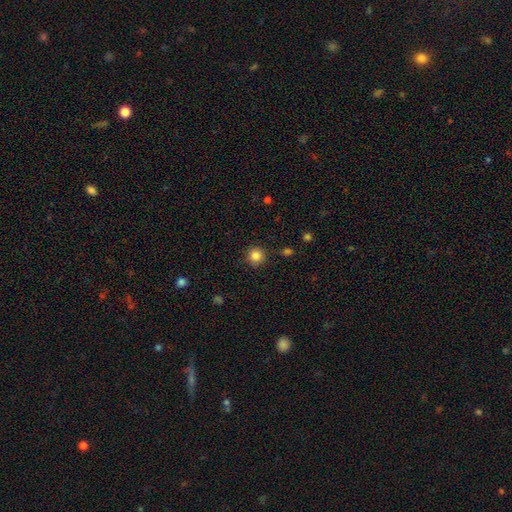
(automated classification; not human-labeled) A smooth galaxy with no disk features (84%) that is round (93%).

Vote fractions:
- Smooth or featured? smooth: 84% / star or artifact: 11% / featured or disk: 5%
- How rounded? round: 93% / in between: 6% / cigar-shaped: 1%
- Merging? none: 88% / minor disturbance: 8% / major disturbance: 2% / merger: 2%